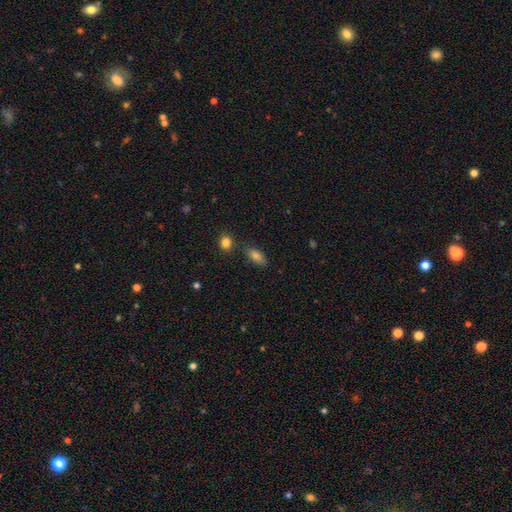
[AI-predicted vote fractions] Q: Smooth or featured?
A: smooth (81%); runner-up: featured or disk (10%)
Q: How rounded?
A: in between (81%); runner-up: cigar-shaped (14%)
Q: Merging?
A: none (76%); runner-up: minor disturbance (13%)